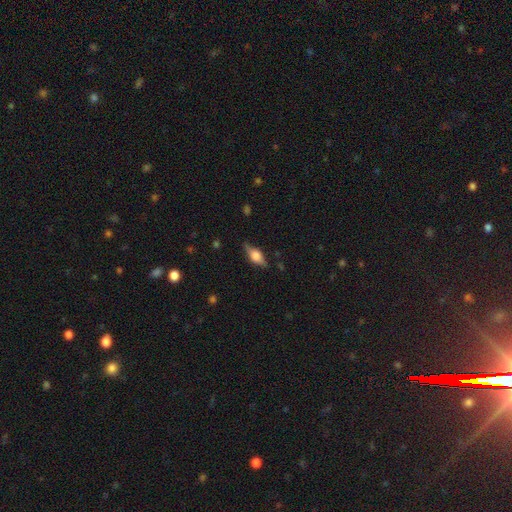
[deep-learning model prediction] featured or disk 51%, smooth 41%, star or artifact 8%. Down the decision tree: edge-on disk — yes (91%); merging — none (77%).